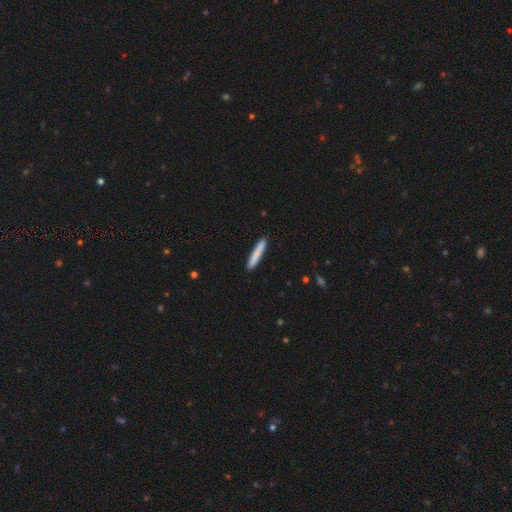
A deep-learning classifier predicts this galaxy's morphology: smooth-or-featured: smooth: 81% | featured or disk: 13% | star or artifact: 6%
  how-rounded: cigar-shaped: 95% | in between: 4% | round: 1%
  merging: none: 91% | minor disturbance: 7% | major disturbance: 1% | merger: 1%